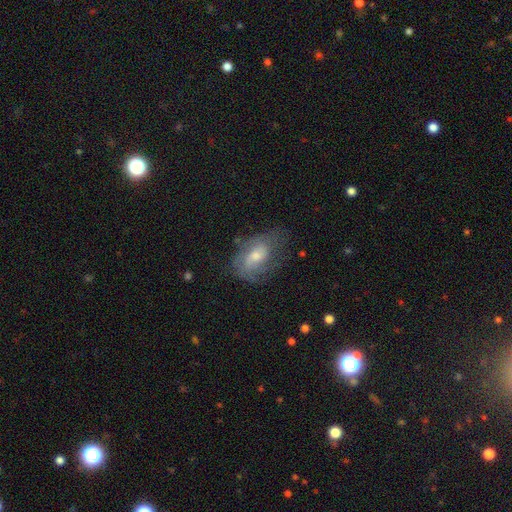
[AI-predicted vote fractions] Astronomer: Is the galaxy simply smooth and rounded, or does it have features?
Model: featured or disk — 55% (runner-up: smooth, 36%).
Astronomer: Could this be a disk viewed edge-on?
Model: no — 94%.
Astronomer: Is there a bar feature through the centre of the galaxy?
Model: no — 58% (runner-up: weak, 35%).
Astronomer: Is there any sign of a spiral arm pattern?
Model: yes — 75%.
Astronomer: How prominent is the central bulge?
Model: moderate — 53% (runner-up: small, 35%).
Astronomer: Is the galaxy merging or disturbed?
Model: none — 56%.